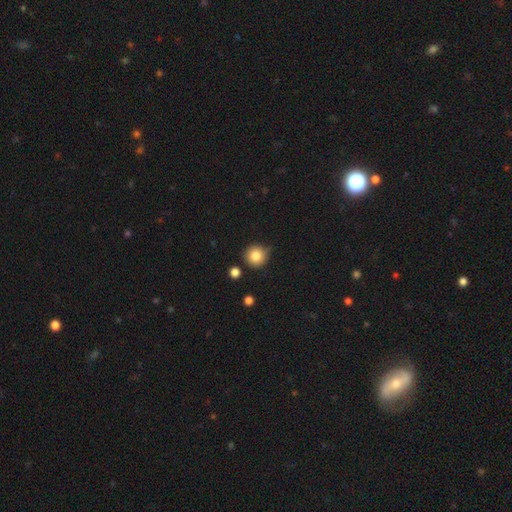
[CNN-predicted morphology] Q: Smooth or featured?
A: smooth (82%); runner-up: star or artifact (10%)
Q: How rounded?
A: round (94%); runner-up: in between (5%)
Q: Merging?
A: none (76%); runner-up: minor disturbance (16%)